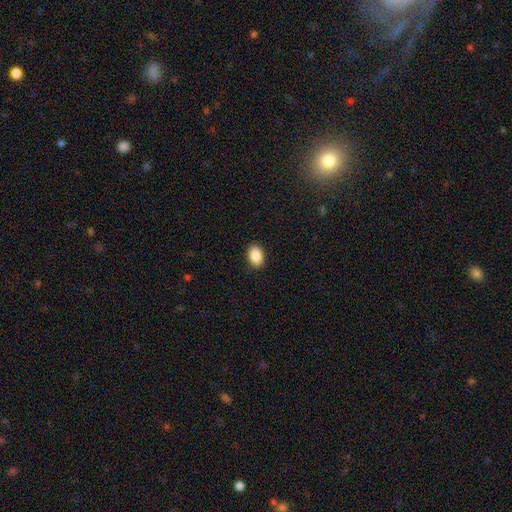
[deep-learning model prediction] A smooth galaxy with no disk features (90%) that is in between round and cigar-shaped (86%). Merging: none (90%).